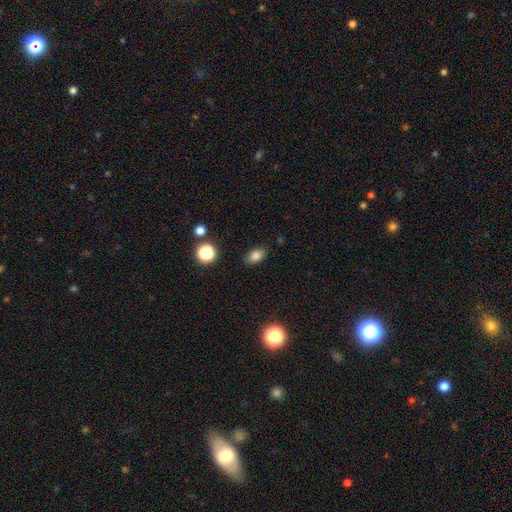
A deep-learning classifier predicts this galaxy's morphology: Smooth or featured?
  - smooth: 82% *
  - star or artifact: 12%
  - featured or disk: 6%
How rounded?
  - in between: 84% *
  - round: 14%
  - cigar-shaped: 2%
Merging?
  - none: 85% *
  - minor disturbance: 11%
  - major disturbance: 3%
  - merger: 2%